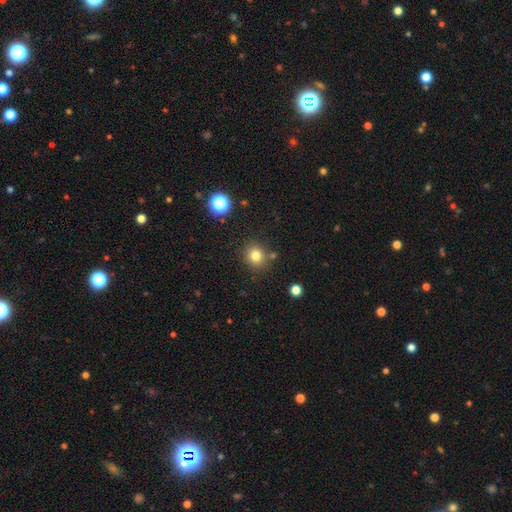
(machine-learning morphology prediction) smooth 79%, star or artifact 14%, featured or disk 7%. Down the decision tree: how rounded — round (83%); merging — none (82%).